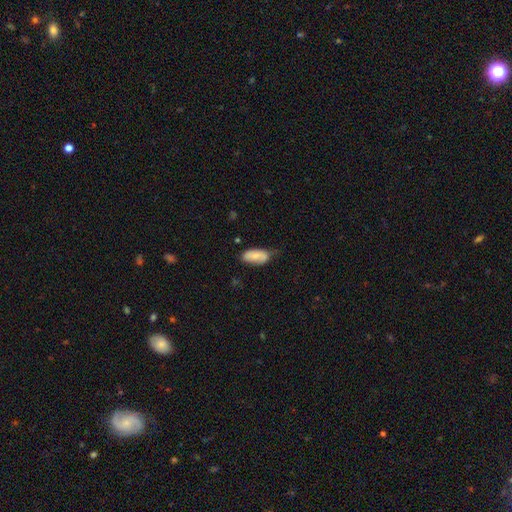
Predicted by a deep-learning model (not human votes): Overall: smooth (71%). How rounded: in between (90%). Merging: none (61%; minor disturbance 31%).